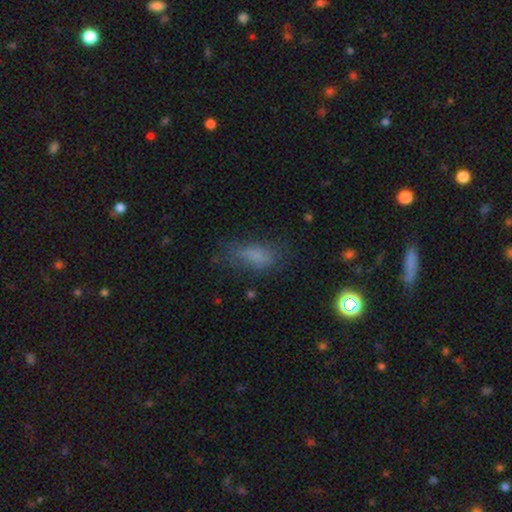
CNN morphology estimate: Smooth or featured? smooth (71%)
How rounded? in between (76%)
Merging? none (50%)